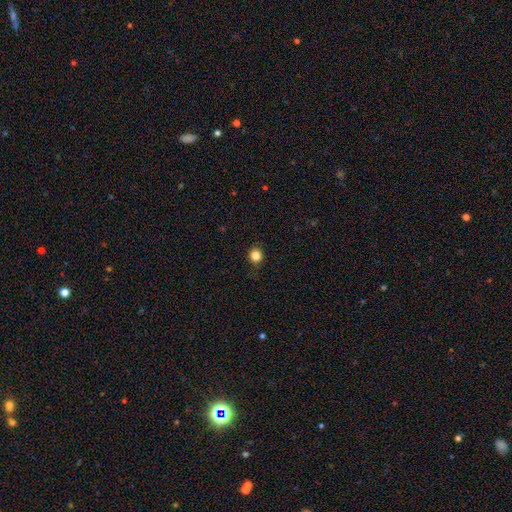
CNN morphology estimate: Smooth or featured? Predicted: smooth (p=0.84). How rounded? Predicted: round (p=0.88). Merging? Predicted: none (p=0.88).